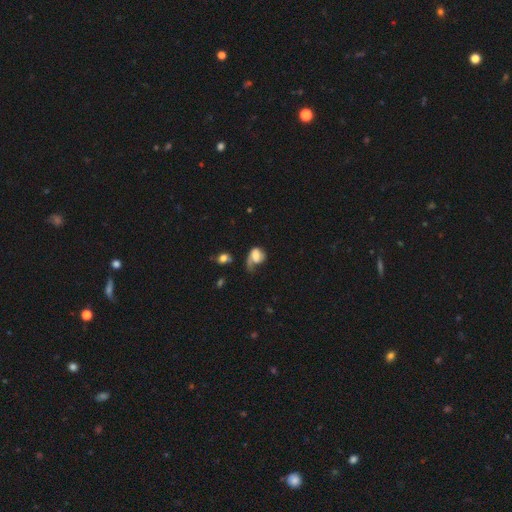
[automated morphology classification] Overall: smooth (47%; featured or disk 44%). Merging: major disturbance (43%; none 25%).